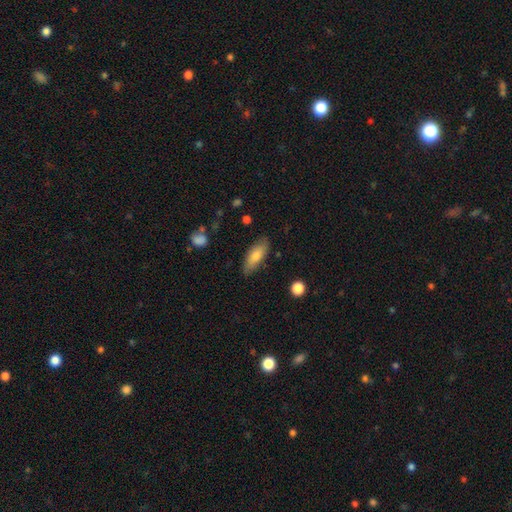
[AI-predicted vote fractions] Overall: smooth (74%). How rounded: in between (69%). Merging: none (83%).